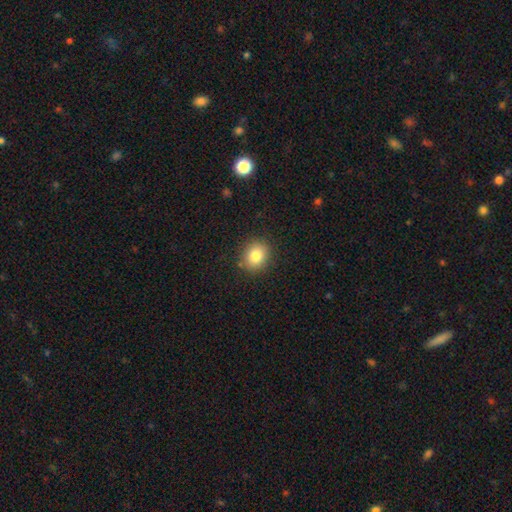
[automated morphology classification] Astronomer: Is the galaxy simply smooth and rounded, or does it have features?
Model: smooth — 82%.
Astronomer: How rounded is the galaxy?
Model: round — 72%.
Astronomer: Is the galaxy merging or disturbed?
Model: none — 87%.